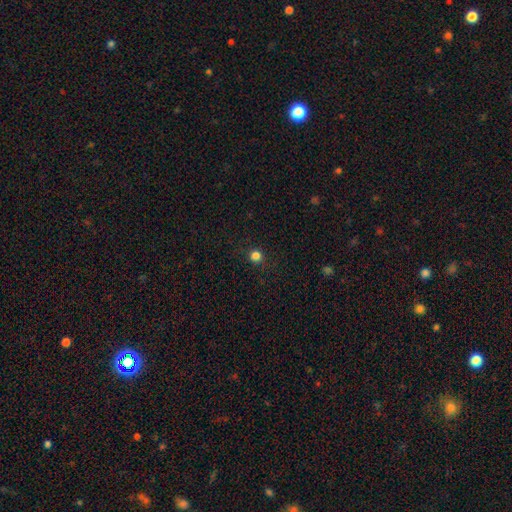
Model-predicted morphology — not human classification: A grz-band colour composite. It shows a smooth galaxy with no disk features (82%) that is round (93%). Merging: none (91%).